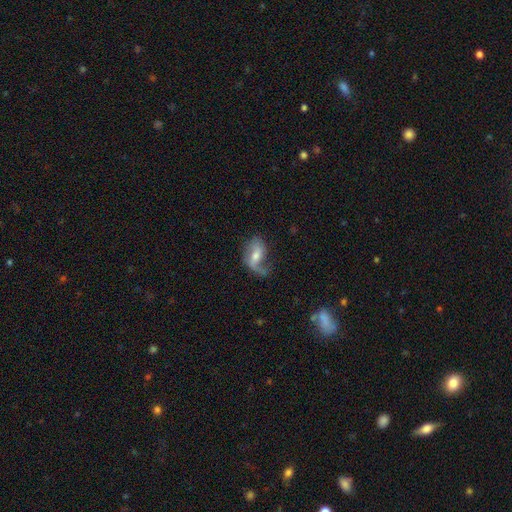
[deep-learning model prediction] smooth_or_featured: featured or disk (p=0.63) [alt: smooth p=0.29]
disk_edge_on: no (p=0.94) [alt: yes p=0.06]
bar: weak (p=0.43) [alt: no p=0.37]
has_spiral_arms: yes (p=0.84) [alt: no p=0.16]
bulge_size: moderate (p=0.56) [alt: small p=0.31]
merging: none (p=0.40) [alt: major disturbance p=0.32]